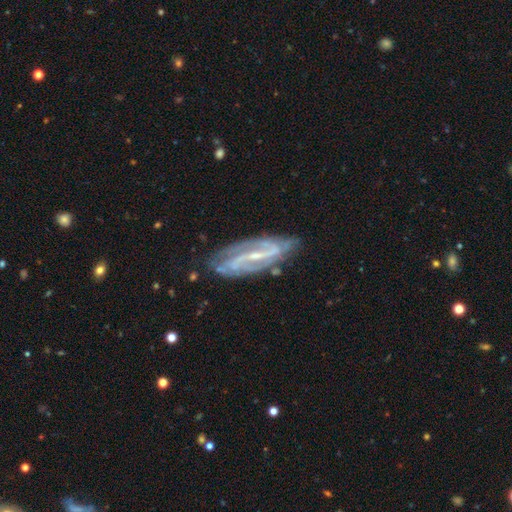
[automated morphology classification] Smooth or featured? Predicted: featured or disk (p=0.88). Edge-on disk? Predicted: no (p=0.91). Bar? Predicted: strong (p=0.51). Spiral arms? Predicted: yes (p=0.96). Spiral winding? Predicted: medium (p=0.47). Spiral arm count? Predicted: 2 (p=0.81). Bulge size? Predicted: small (p=0.73). Merging? Predicted: none (p=0.76).